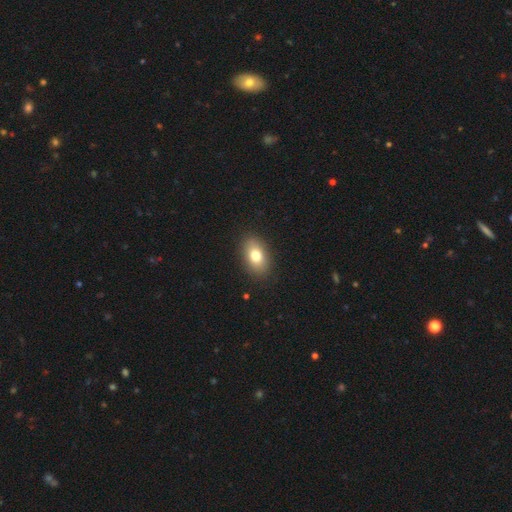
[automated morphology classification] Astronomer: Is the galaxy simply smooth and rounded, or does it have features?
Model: smooth — 77%.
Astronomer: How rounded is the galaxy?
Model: in between — 87%.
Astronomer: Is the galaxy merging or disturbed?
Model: none — 88%.